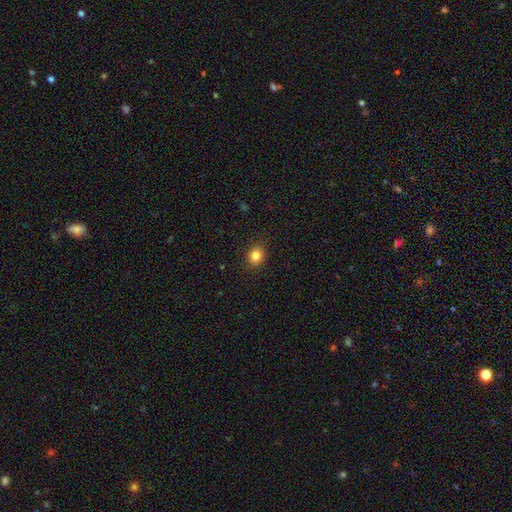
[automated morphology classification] smooth 84%, star or artifact 11%, featured or disk 5%. Down the decision tree: how rounded — round (72%); merging — none (90%).